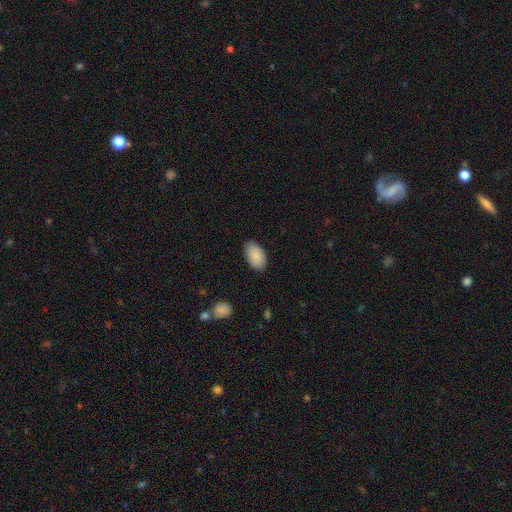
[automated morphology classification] Smooth or featured? Predicted: smooth (p=0.88). How rounded? Predicted: in between (p=0.94). Merging? Predicted: none (p=0.82).